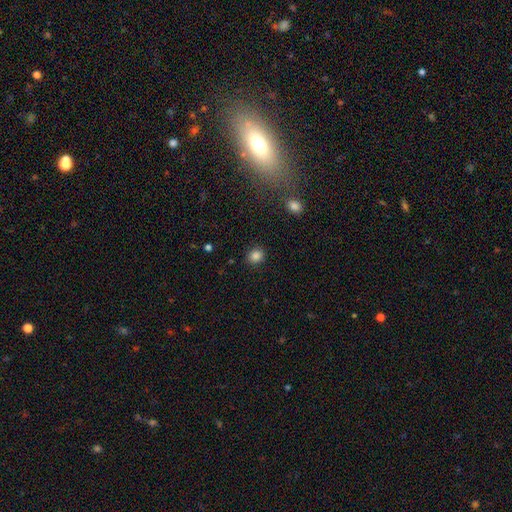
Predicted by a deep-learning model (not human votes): A smooth galaxy with no disk features (85%) that is round (74%). Merging: none (89%).